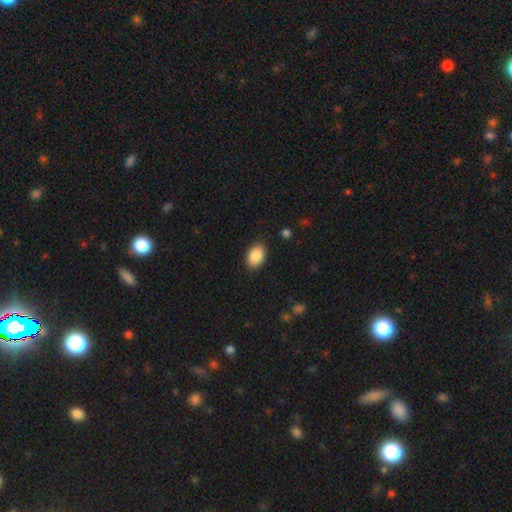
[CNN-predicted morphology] A smooth galaxy with no disk features (89%) that is in between round and cigar-shaped (85%).

Vote fractions:
- Smooth or featured? smooth: 89% / star or artifact: 7% / featured or disk: 4%
- How rounded? in between: 85% / round: 14% / cigar-shaped: 1%
- Merging? none: 87% / minor disturbance: 9% / major disturbance: 2% / merger: 1%